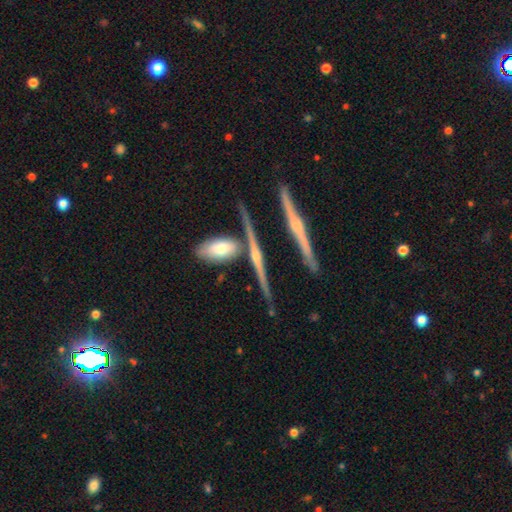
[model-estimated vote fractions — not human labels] Smooth or featured: featured or disk — 73% (smooth — 18%)
Edge-on disk: yes — 92% (no — 8%)
Edge-on bulge: rounded — 80% (none — 13%)
Merging: none — 68% (merger — 16%)